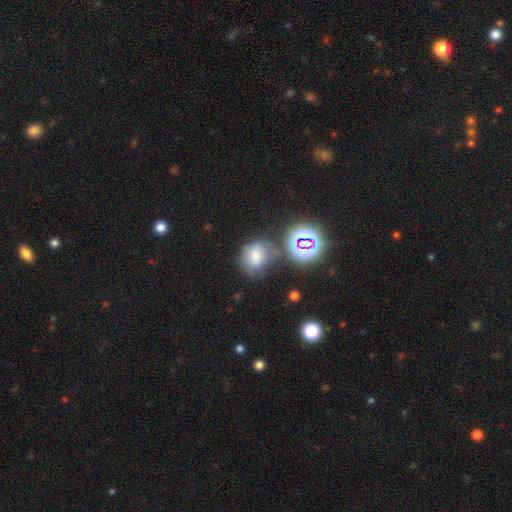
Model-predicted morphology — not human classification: Smooth or featured?
  - smooth: 62% *
  - star or artifact: 23%
  - featured or disk: 15%
How rounded?
  - round: 55% *
  - in between: 44%
  - cigar-shaped: 1%
Merging?
  - none: 46% *
  - minor disturbance: 24%
  - merger: 15%
  - major disturbance: 14%